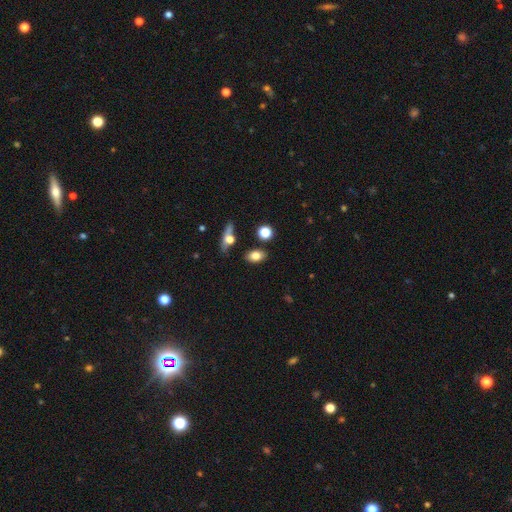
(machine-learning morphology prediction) Smooth or featured? Predicted: smooth (p=0.78). How rounded? Predicted: in between (p=0.80). Merging? Predicted: none (p=0.81).